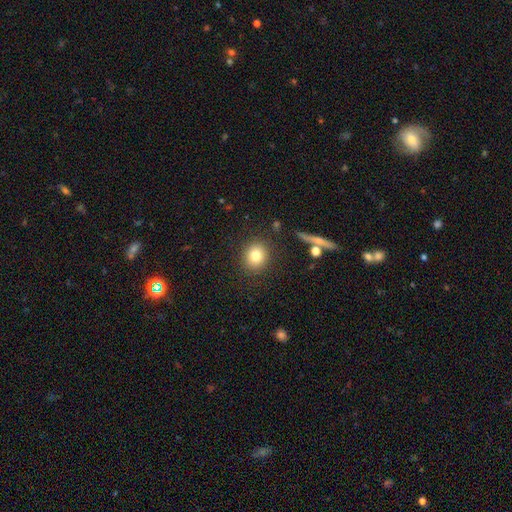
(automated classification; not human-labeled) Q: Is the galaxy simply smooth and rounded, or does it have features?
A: smooth — 79%.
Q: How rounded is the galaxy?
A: round — 79%.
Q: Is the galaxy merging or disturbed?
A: none — 87%.